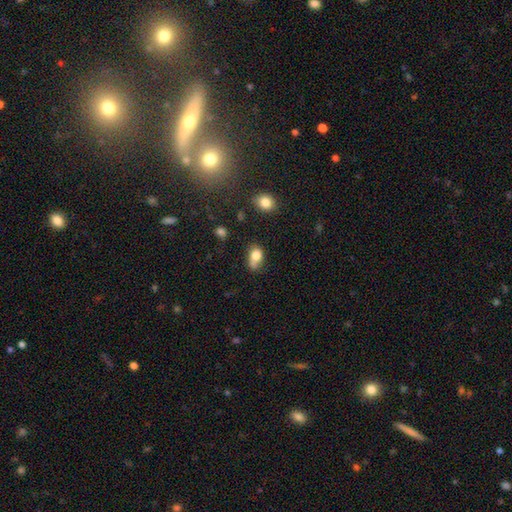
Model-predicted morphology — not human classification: Smooth or featured?
  - smooth: 78% *
  - featured or disk: 12%
  - star or artifact: 10%
How rounded?
  - in between: 70% *
  - round: 28%
  - cigar-shaped: 2%
Merging?
  - none: 39% *
  - minor disturbance: 29%
  - merger: 20%
  - major disturbance: 12%